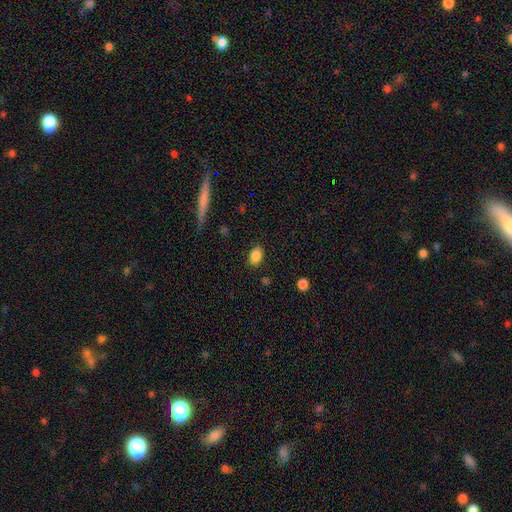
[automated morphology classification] smooth 86%, star or artifact 9%, featured or disk 5%. Down the decision tree: how rounded — in between (80%); merging — none (84%).